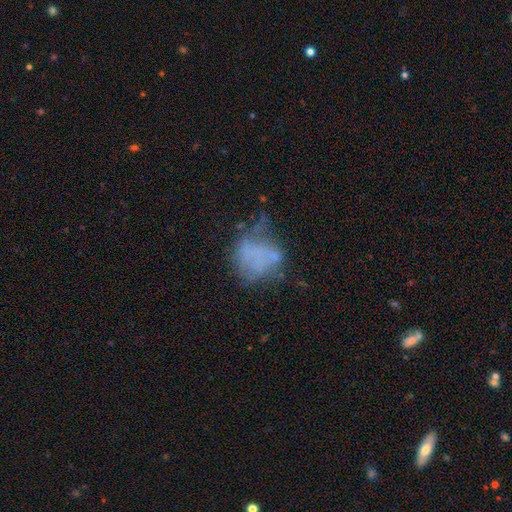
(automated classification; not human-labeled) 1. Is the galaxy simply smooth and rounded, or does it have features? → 46% smooth, 38% featured or disk, 16% star or artifact.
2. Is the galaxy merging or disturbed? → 35% none, 30% major disturbance, 26% minor disturbance, 9% merger.